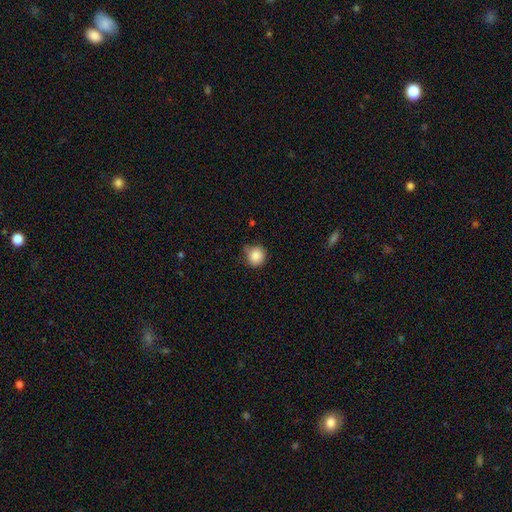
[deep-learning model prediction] smooth_or_featured: smooth (p=0.85) [alt: star or artifact p=0.10]
how_rounded: round (p=0.90) [alt: in between p=0.09]
merging: none (p=0.67) [alt: minor disturbance p=0.26]